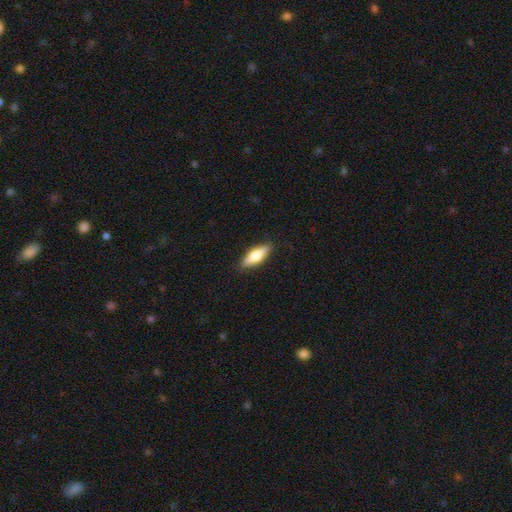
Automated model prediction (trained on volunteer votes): This appears to be a smooth galaxy with no disk features (65%) that is in between round and cigar-shaped (55%). Merging: none (88%).